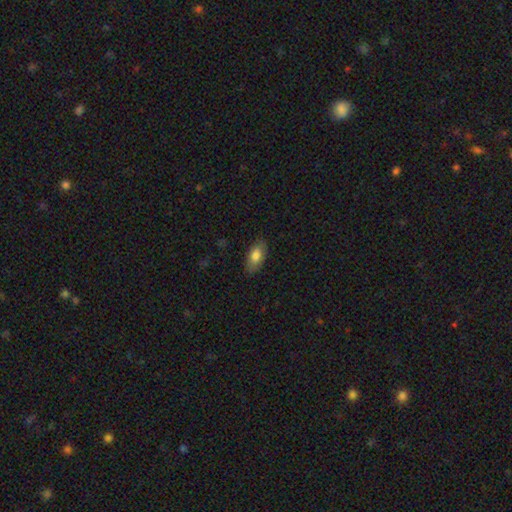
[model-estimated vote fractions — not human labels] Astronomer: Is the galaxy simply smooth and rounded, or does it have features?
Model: smooth — 79%.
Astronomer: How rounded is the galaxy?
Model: in between — 89%.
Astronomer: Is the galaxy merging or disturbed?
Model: none — 84%.